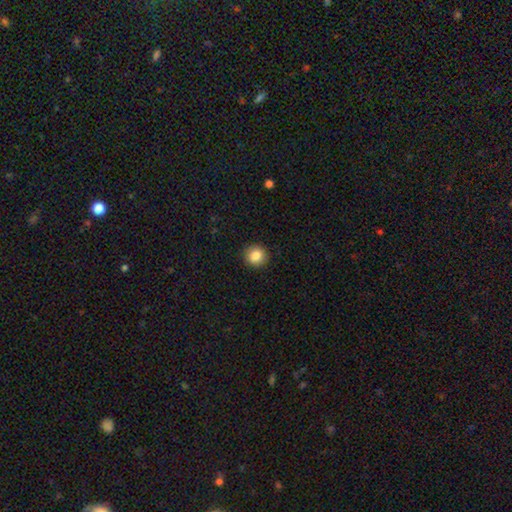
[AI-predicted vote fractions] Morphology: type=smooth (85%); roundness=round (91%); merging=none (91%).